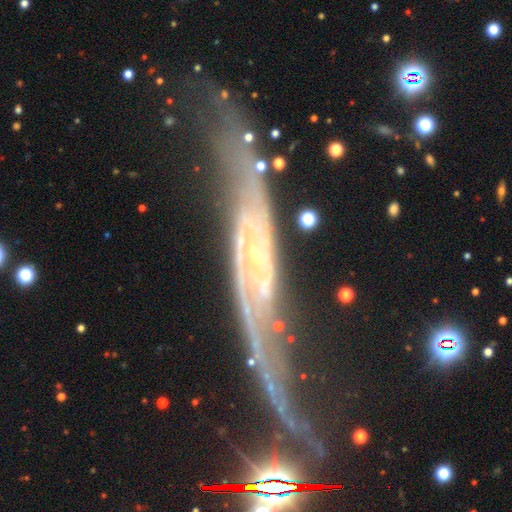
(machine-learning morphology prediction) smooth-or-featured: featured or disk: 84% | star or artifact: 9% | smooth: 8%
  disk-edge-on: no: 68% | yes: 32%
    bar: no: 49% | weak: 31% | strong: 20%
    has-spiral-arms: yes: 93% | no: 7%
      spiral-winding: loose: 39% | medium: 36% | tight: 25%
      spiral-arm-count: 2: 73% | can't tell: 14% | 3: 4% | 1: 4% | 4: 3% | more than 4: 3%
    bulge-size: small: 79% | moderate: 10% | none: 9% | large: 2% | dominant: 1%
  merging: none: 52% | minor disturbance: 22% | major disturbance: 19% | merger: 7%